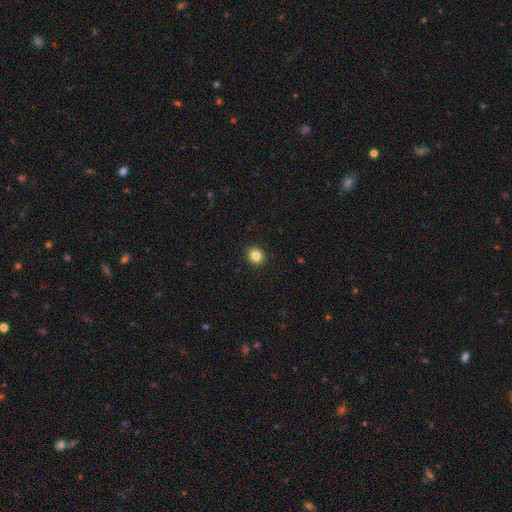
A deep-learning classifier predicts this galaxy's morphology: The model was most divided on "how rounded": round: 67%, in between: 32%, cigar-shaped: 1%. More confident: merging — none (92%); smooth or featured — smooth (85%).